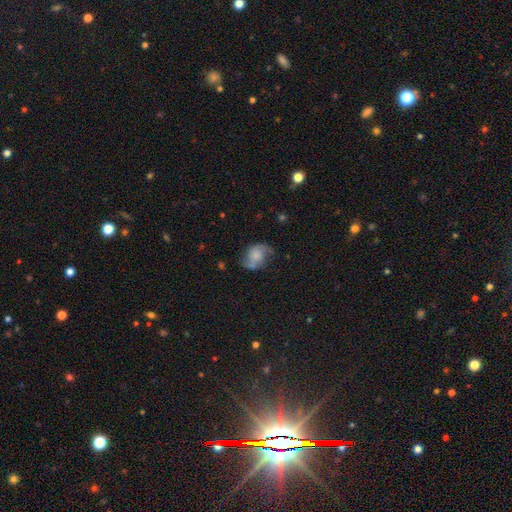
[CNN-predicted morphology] A featured or disk galaxy (54%) with no bar (70%), spiral arms (85%) and a small central bulge (31%).

Vote fractions:
- Smooth or featured? featured or disk: 54% / smooth: 37% / star or artifact: 9%
- Edge-on disk? no: 97% / yes: 3%
- Bar? no: 70% / weak: 25% / strong: 5%
- Spiral arms? yes: 85% / no: 15%
- Bulge size? small: 31% / moderate: 29% / none: 23% / large: 14% / dominant: 3%
- Merging? none: 56% / minor disturbance: 26% / major disturbance: 14% / merger: 5%